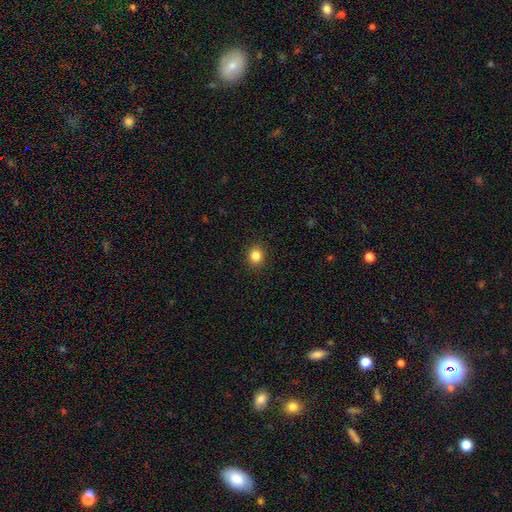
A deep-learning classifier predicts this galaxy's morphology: Q: Smooth or featured?
A: smooth (84%); runner-up: star or artifact (11%)
Q: How rounded?
A: round (77%); runner-up: in between (22%)
Q: Merging?
A: none (91%); runner-up: minor disturbance (6%)